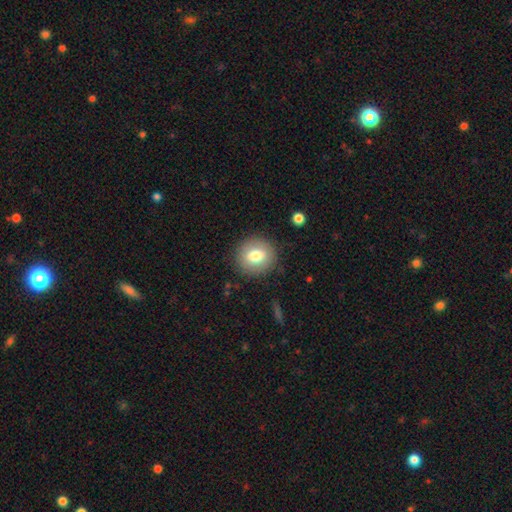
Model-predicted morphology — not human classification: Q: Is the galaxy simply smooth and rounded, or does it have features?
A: smooth — 76%.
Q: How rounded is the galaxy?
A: round — 83%.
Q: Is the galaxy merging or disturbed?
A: none — 87%.